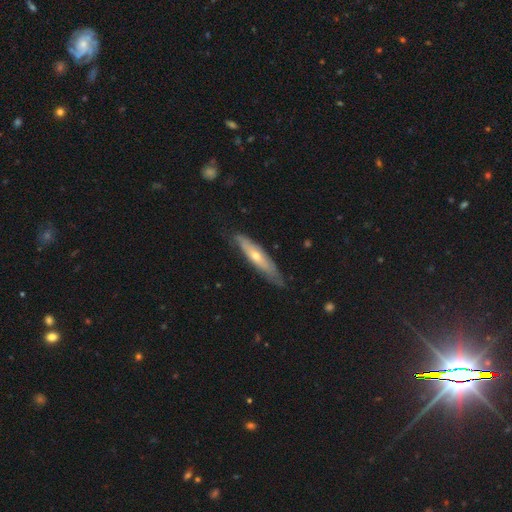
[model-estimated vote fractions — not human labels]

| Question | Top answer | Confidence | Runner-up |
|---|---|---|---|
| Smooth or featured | featured or disk | 56% | smooth (39%) |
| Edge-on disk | yes | 67% | no (33%) |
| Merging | none | 71% | minor disturbance (23%) |